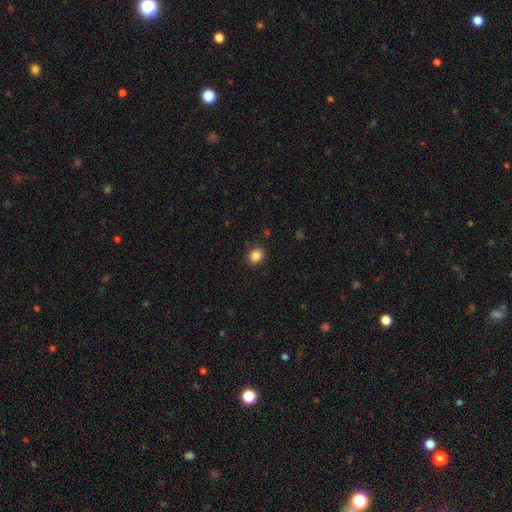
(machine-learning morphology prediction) smooth 86%, star or artifact 10%, featured or disk 4%. Down the decision tree: how rounded — round (64%); merging — none (87%).